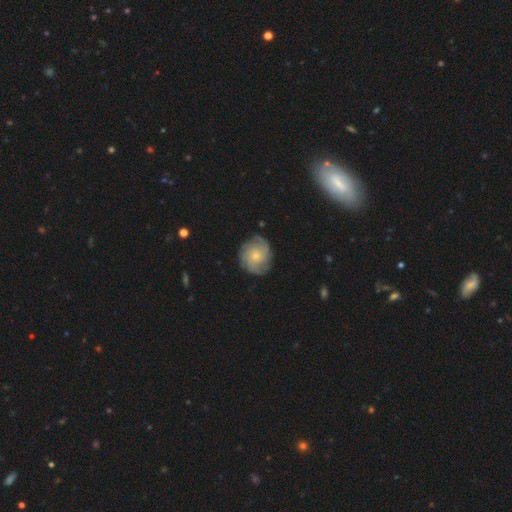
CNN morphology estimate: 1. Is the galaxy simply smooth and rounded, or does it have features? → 75% featured or disk, 19% smooth, 6% star or artifact.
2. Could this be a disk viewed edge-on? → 98% no, 2% yes.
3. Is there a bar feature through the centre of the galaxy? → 79% no, 19% weak, 3% strong.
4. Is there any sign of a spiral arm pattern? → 94% yes, 6% no.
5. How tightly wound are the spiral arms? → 55% tight, 34% medium, 11% loose.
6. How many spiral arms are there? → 27% 3 (tied), 27% can't tell (tied), 17% 2, 16% 4, 6% more than 4, 6% 1.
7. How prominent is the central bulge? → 70% small, 26% moderate, 2% none, 1% large, 1% dominant.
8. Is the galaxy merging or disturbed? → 79% none, 15% minor disturbance, 5% major disturbance, 1% merger.